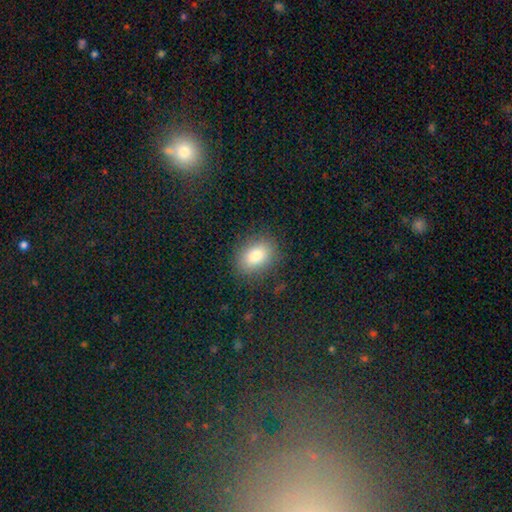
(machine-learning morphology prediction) smooth_or_featured: smooth (p=0.83) [alt: star or artifact p=0.09]
how_rounded: in between (p=0.74) [alt: round p=0.25]
merging: none (p=0.85) [alt: minor disturbance p=0.10]